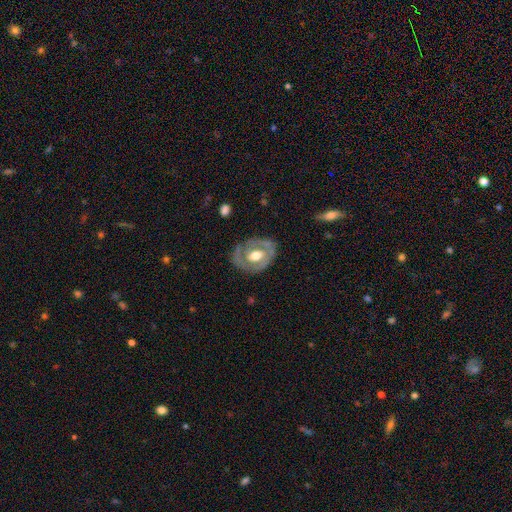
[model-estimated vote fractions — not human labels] Smooth or featured: featured or disk — 70% (smooth — 25%)
Edge-on disk: no — 95% (yes — 5%)
Bar: no — 55% (weak — 33%)
Spiral arms: yes — 53% (no — 47%)
Bulge size: moderate — 61% (large — 29%)
Merging: none — 72% (minor disturbance — 19%)